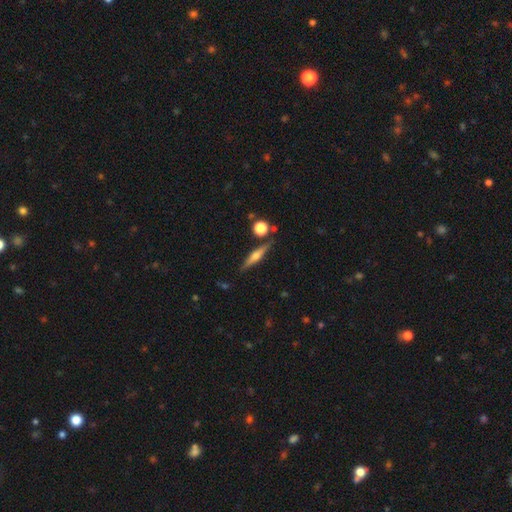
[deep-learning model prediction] featured or disk 64%, smooth 29%, star or artifact 8%. Down the decision tree: edge-on disk — yes (96%); edge-on bulge — rounded (88%); merging — none (83%).